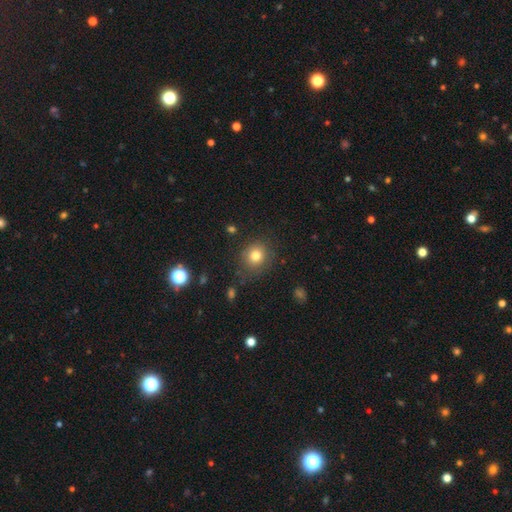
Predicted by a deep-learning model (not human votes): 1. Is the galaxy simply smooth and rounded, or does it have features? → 79% smooth, 12% star or artifact, 9% featured or disk.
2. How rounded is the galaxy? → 77% round, 22% in between, 1% cigar-shaped.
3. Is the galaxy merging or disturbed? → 79% none, 14% minor disturbance, 5% major disturbance, 2% merger.